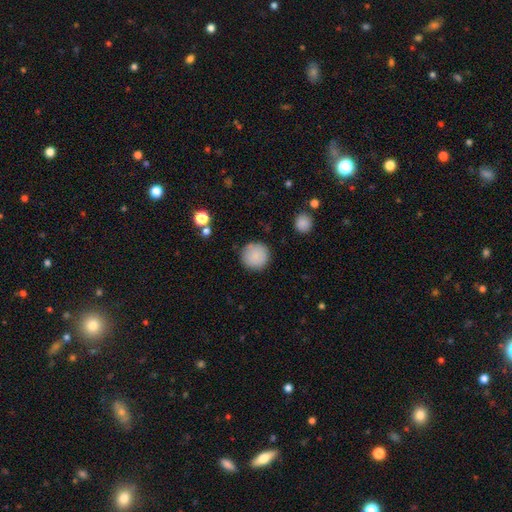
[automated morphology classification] A smooth galaxy with no disk features (87%) that is round (95%).

Vote fractions:
- Smooth or featured? smooth: 87% / star or artifact: 8% / featured or disk: 5%
- How rounded? round: 95% / in between: 4% / cigar-shaped: 1%
- Merging? none: 88% / minor disturbance: 8% / major disturbance: 2% / merger: 2%